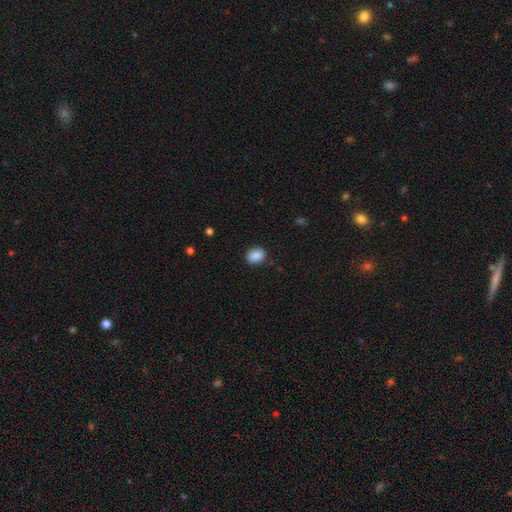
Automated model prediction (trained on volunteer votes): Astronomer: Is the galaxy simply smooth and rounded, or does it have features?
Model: smooth — 88%.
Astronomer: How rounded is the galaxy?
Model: in between — 70%.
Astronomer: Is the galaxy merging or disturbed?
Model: none — 86%.